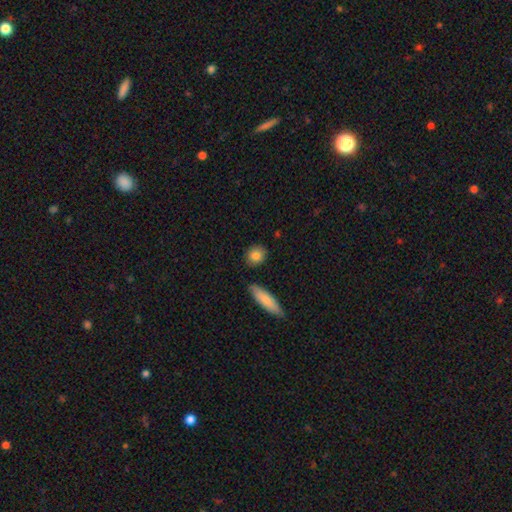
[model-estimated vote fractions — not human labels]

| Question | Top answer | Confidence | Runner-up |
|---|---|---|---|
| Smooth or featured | smooth | 85% | featured or disk (8%) |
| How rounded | round | 60% | in between (35%) |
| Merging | none | 85% | minor disturbance (9%) |